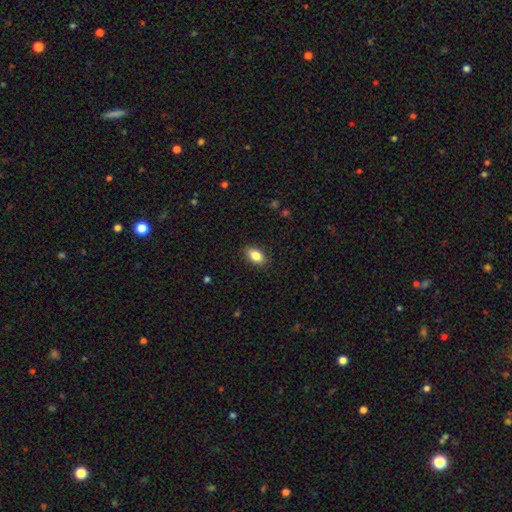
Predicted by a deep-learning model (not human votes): smooth 85%, star or artifact 8%, featured or disk 7%. Down the decision tree: how rounded — in between (88%); merging — none (87%).